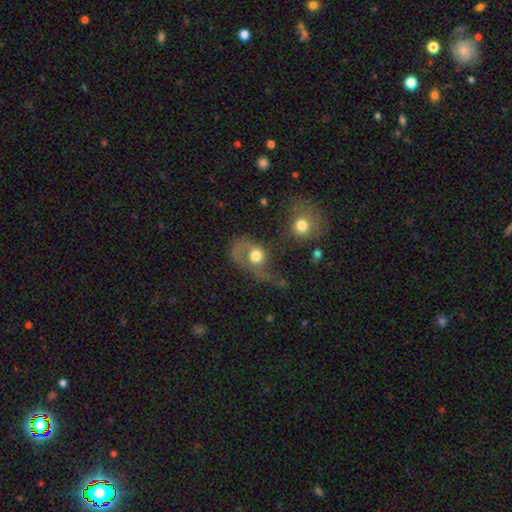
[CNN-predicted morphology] type=smooth (49%); merging=major disturbance (49%).